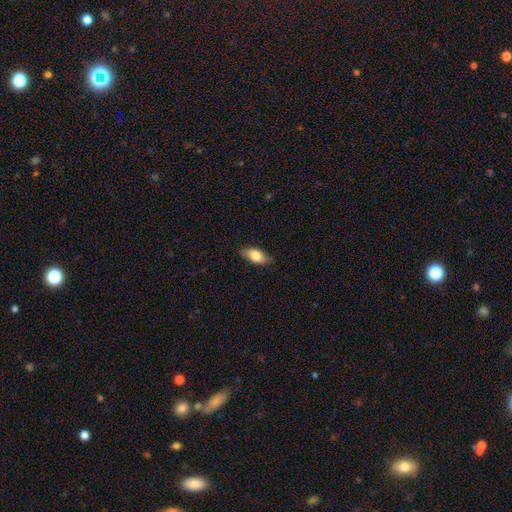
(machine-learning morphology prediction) Smooth or featured? Predicted: smooth (p=0.78). How rounded? Predicted: in between (p=0.86). Merging? Predicted: none (p=0.83).